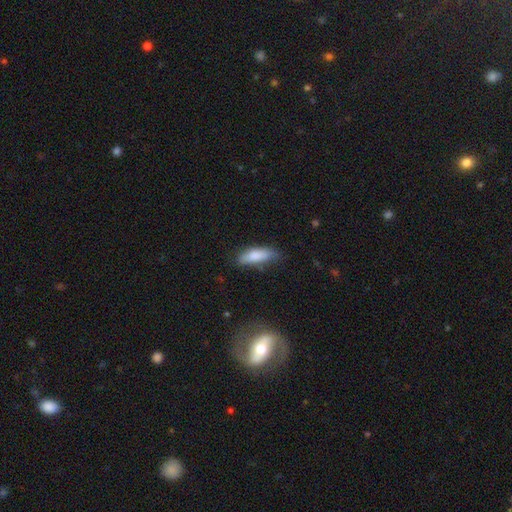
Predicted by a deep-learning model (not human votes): A smooth galaxy with no disk features (82%) that is in between round and cigar-shaped (62%). Merging: none (67%).